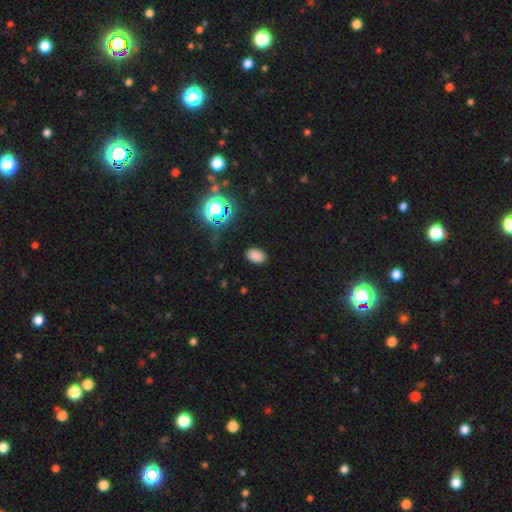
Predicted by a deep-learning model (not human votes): Overall: smooth (78%). How rounded: in between (87%). Merging: none (86%).